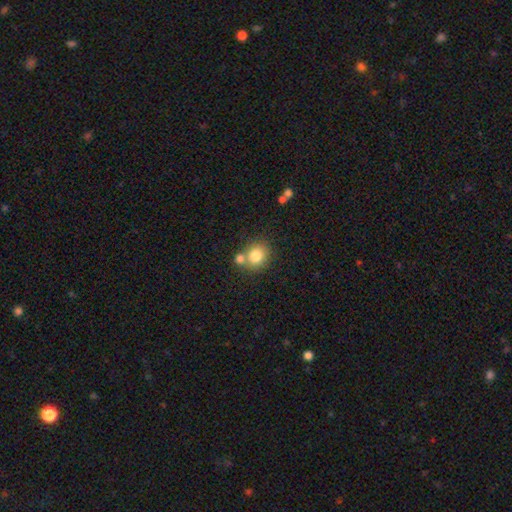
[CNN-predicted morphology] Smooth or featured? smooth (80%)
How rounded? round (77%)
Merging? none (56%)